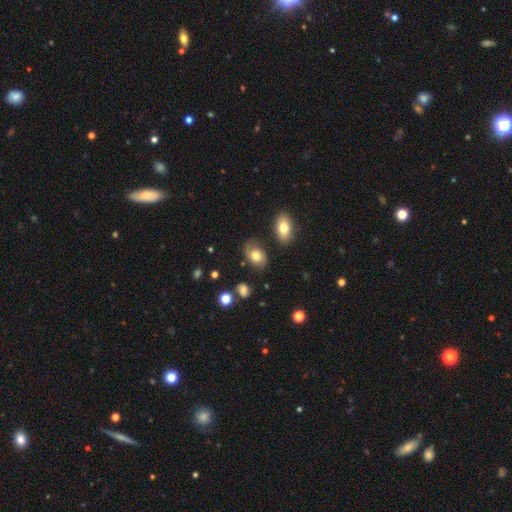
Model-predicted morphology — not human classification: The model was most divided on "smooth or featured": smooth: 62%, featured or disk: 28%, star or artifact: 10%. More confident: how rounded — in between (80%); merging — none (69%).